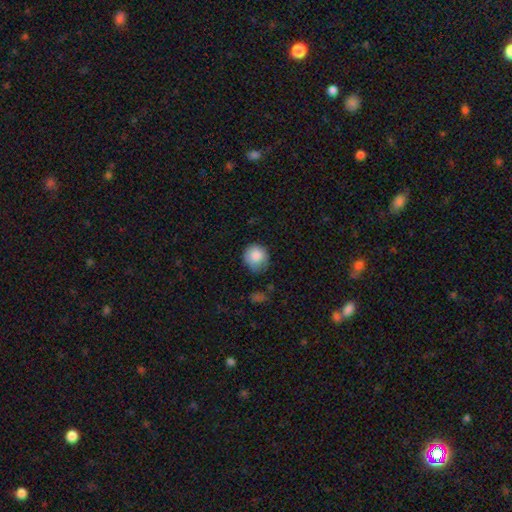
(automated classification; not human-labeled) The model was most divided on "merging": none: 66%, minor disturbance: 26%, major disturbance: 6%, merger: 2%. More confident: how rounded — round (88%); smooth or featured — smooth (86%).